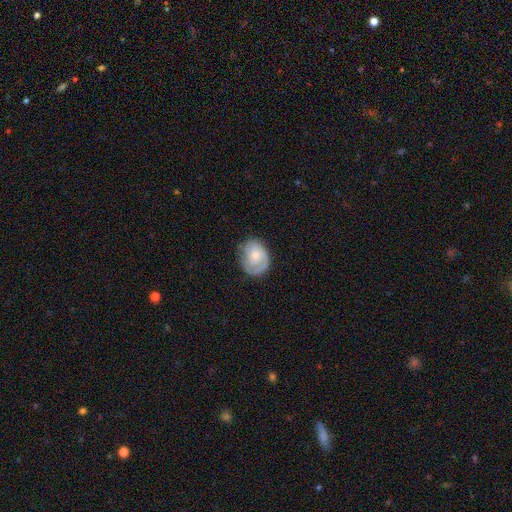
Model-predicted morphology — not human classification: A featured or disk galaxy (63%) with no bar (77%), 1 (42%) tight (58%) spiral arms (83%) and a small central bulge (51%). Merging: none (65%).